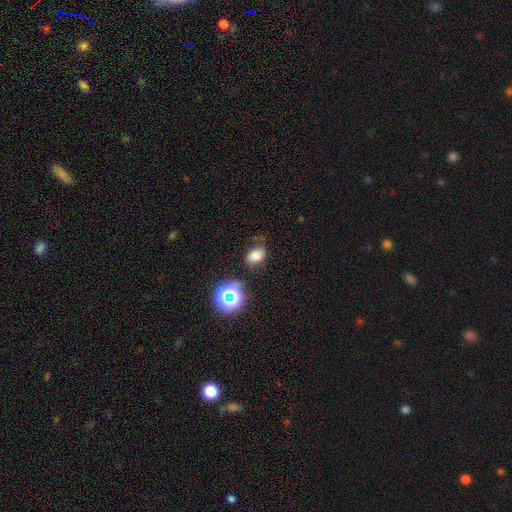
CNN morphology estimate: Q: Smooth or featured?
A: smooth (70%); runner-up: star or artifact (18%)
Q: How rounded?
A: in between (78%); runner-up: round (21%)
Q: Merging?
A: none (65%); runner-up: minor disturbance (22%)